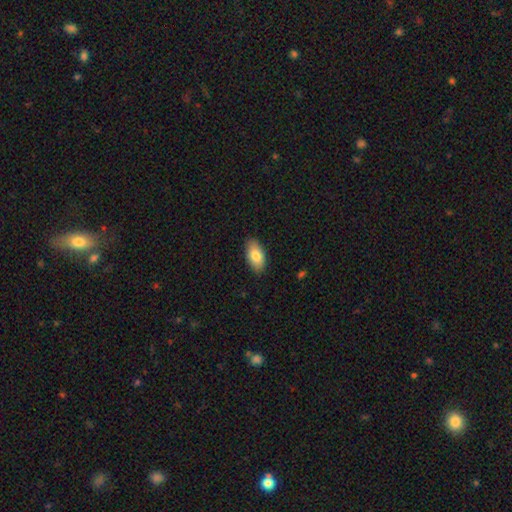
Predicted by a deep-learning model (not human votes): The model was most divided on "smooth or featured": smooth: 84%, featured or disk: 10%, star or artifact: 6%. More confident: how rounded — in between (93%); merging — none (88%).